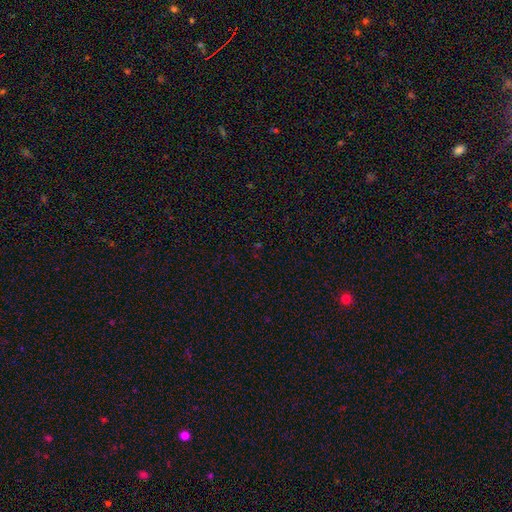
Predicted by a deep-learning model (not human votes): Smooth or featured: star or artifact — 64% (smooth — 29%)